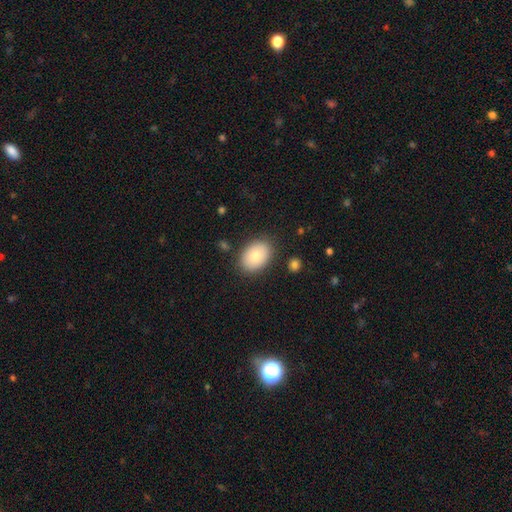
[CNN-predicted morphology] smooth 79%, featured or disk 14%, star or artifact 7%. Down the decision tree: how rounded — in between (81%); merging — none (84%).